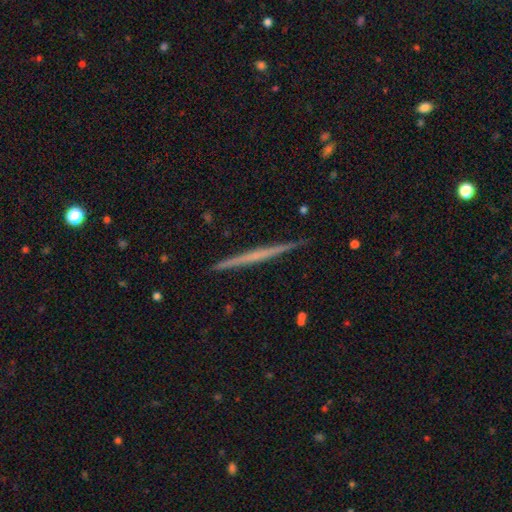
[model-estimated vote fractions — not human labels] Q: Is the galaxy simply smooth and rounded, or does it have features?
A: featured or disk — 62%.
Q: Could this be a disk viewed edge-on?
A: yes — 98%.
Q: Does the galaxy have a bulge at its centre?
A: none — 86%.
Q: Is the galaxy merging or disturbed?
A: none — 92%.